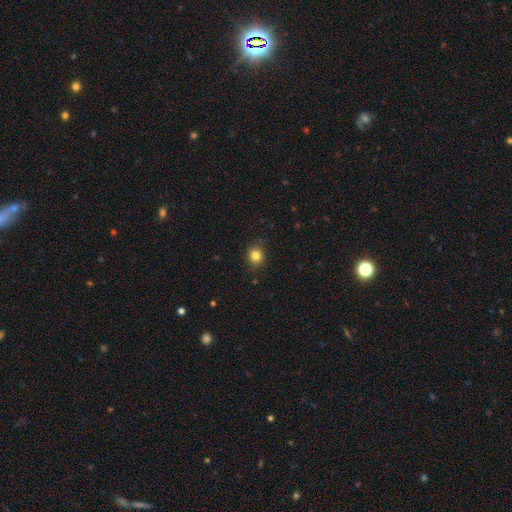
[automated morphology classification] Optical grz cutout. It shows a smooth galaxy with no disk features (83%) that is round (78%). Merging: none (84%).